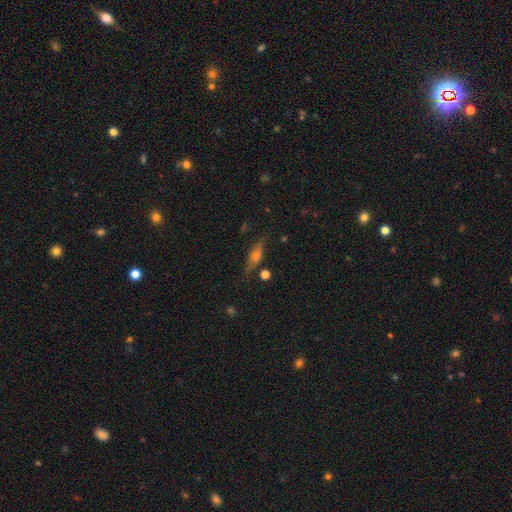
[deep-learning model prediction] Smooth or featured?
  - featured or disk: 59% *
  - smooth: 27%
  - star or artifact: 14%
Edge-on disk?
  - yes: 90% *
  - no: 10%
Edge-on bulge?
  - rounded: 86% *
  - boxy: 9%
  - none: 5%
Merging?
  - none: 79% *
  - minor disturbance: 14%
  - major disturbance: 4%
  - merger: 3%